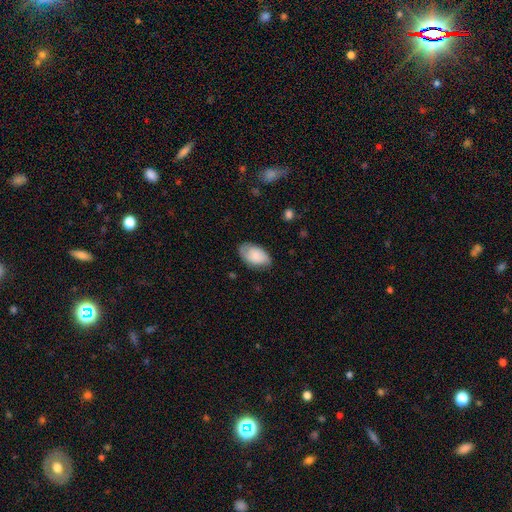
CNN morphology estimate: Smooth or featured: smooth — 74% (featured or disk — 19%)
How rounded: in between — 94% (round — 5%)
Merging: none — 73% (minor disturbance — 21%)